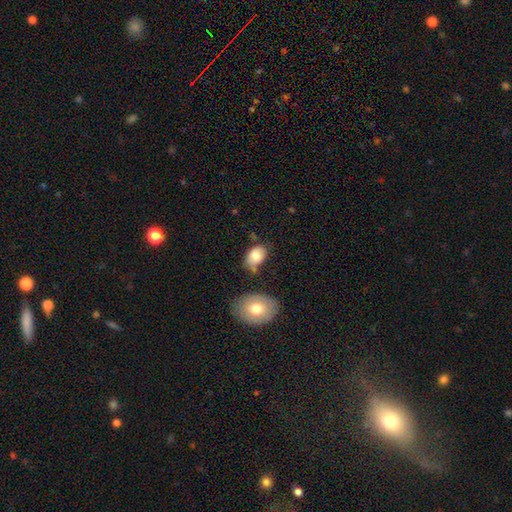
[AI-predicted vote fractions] smooth-or-featured: smooth: 77% | featured or disk: 15% | star or artifact: 7%
  how-rounded: in between: 84% | round: 15% | cigar-shaped: 1%
  merging: none: 50% | minor disturbance: 28% | merger: 13% | major disturbance: 9%